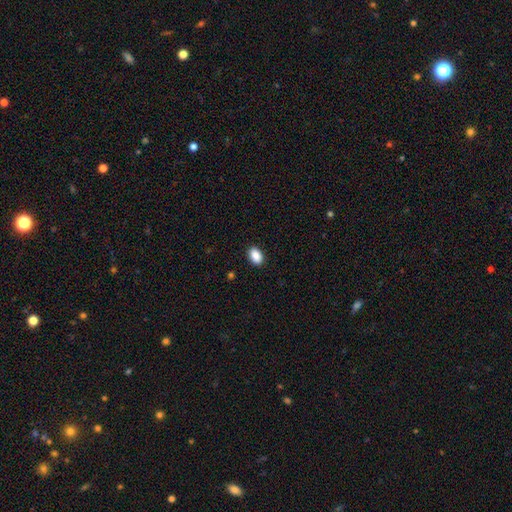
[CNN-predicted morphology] Smooth or featured?
  - smooth: 90% *
  - star or artifact: 8%
  - featured or disk: 3%
How rounded?
  - in between: 87% *
  - round: 11%
  - cigar-shaped: 1%
Merging?
  - none: 90% *
  - minor disturbance: 7%
  - major disturbance: 2%
  - merger: 1%